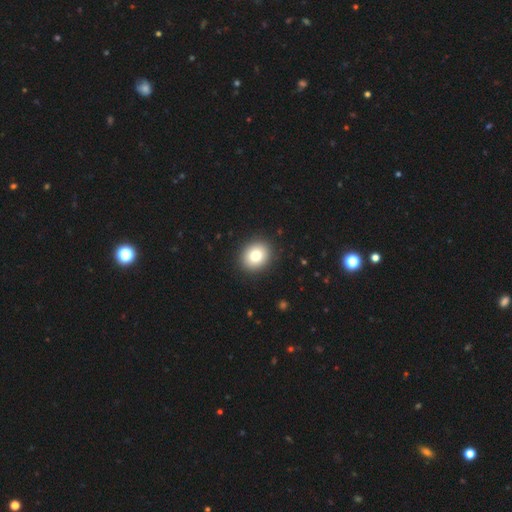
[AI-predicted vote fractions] The model was most divided on "how rounded": round: 67%, in between: 32%, cigar-shaped: 1%. More confident: merging — none (91%); smooth or featured — smooth (80%).